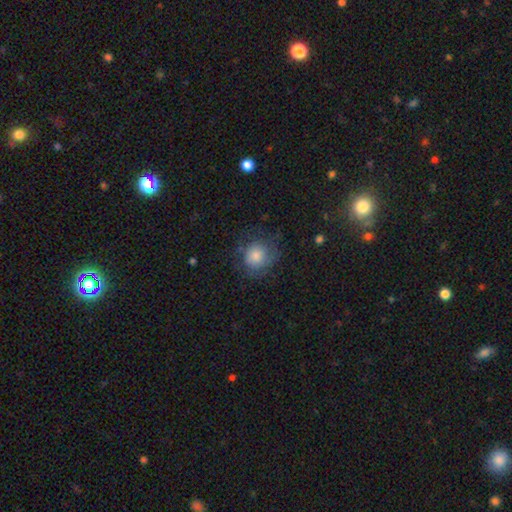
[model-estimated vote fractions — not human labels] Smooth or featured? Predicted: smooth (p=0.71). How rounded? Predicted: round (p=0.84). Merging? Predicted: none (p=0.67).